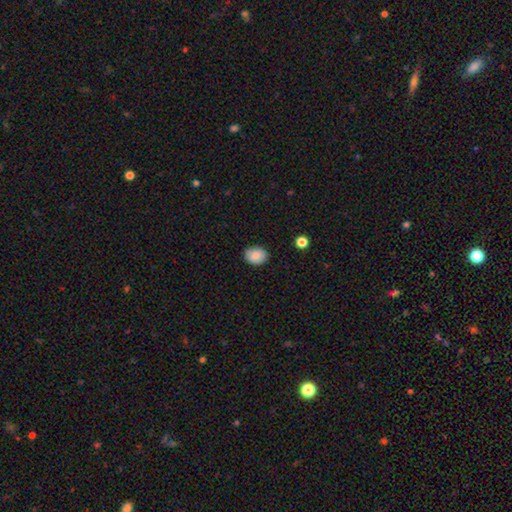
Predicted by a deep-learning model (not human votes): Q: Smooth or featured?
A: smooth (86%); runner-up: star or artifact (8%)
Q: How rounded?
A: in between (54%); runner-up: round (45%)
Q: Merging?
A: none (86%); runner-up: minor disturbance (11%)